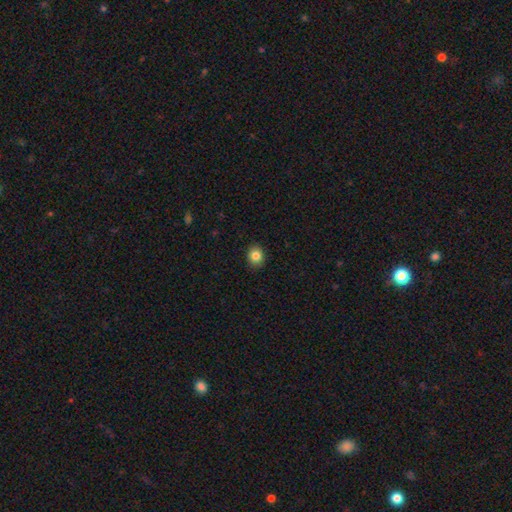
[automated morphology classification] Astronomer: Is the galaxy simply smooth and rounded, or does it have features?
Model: smooth — 84%.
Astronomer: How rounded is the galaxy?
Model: round — 66%.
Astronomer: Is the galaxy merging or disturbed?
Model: none — 91%.